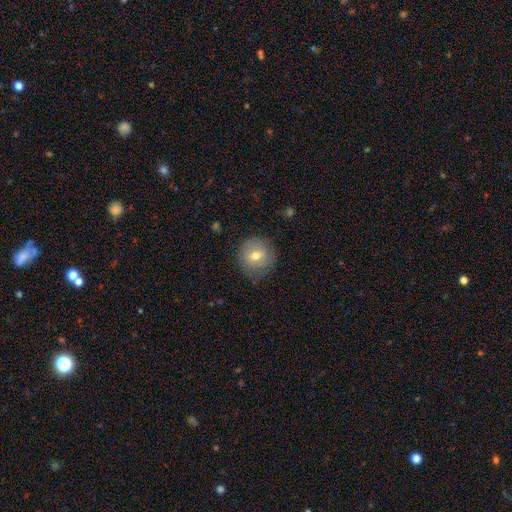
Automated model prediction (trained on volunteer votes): This appears to be a smooth galaxy with no disk features (68%) that is round (90%). Merging: none (80%).